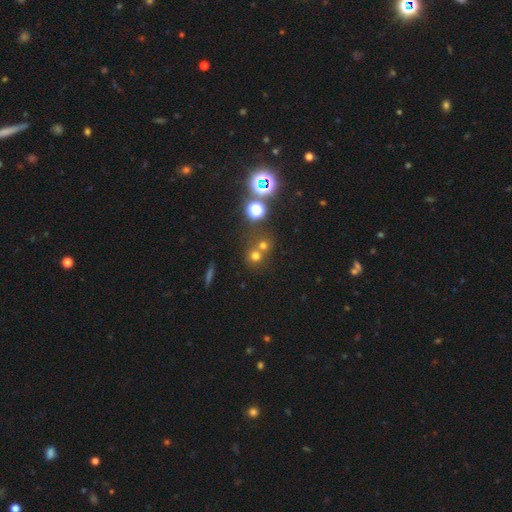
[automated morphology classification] type=smooth (59%); roundness=round (86%); merging=none (50%).